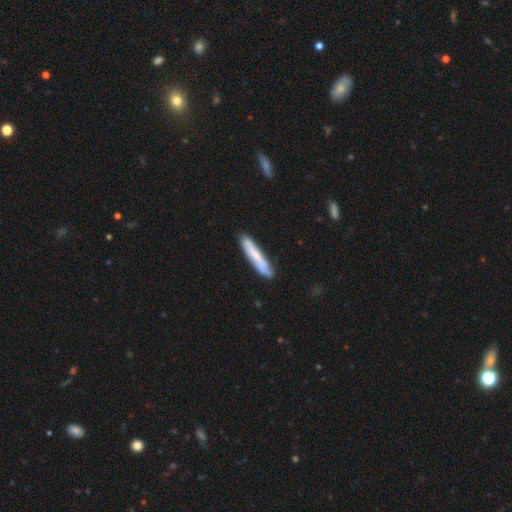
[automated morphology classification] smooth 66%, featured or disk 28%, star or artifact 6%. Down the decision tree: how rounded — cigar-shaped (92%); merging — none (82%).